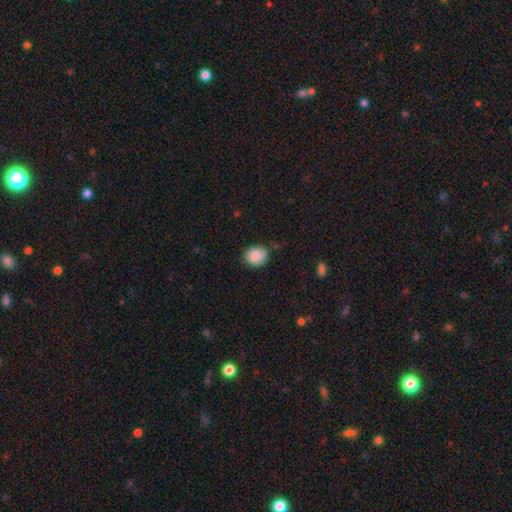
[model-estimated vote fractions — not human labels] This appears to be a smooth galaxy with no disk features (87%) that is round (60%). Merging: none (70%).